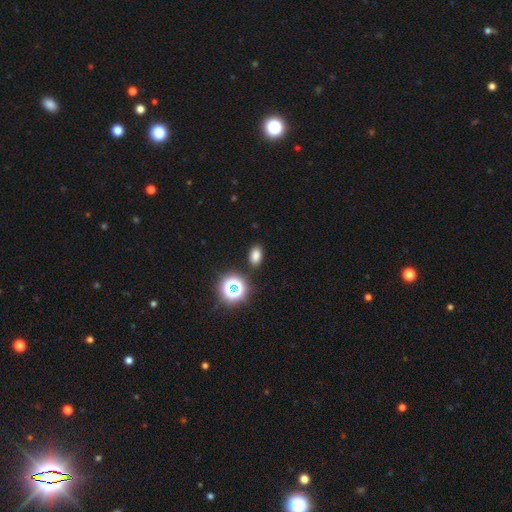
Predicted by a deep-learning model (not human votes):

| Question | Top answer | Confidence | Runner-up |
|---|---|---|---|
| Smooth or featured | smooth | 77% | star or artifact (19%) |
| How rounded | in between | 83% | round (16%) |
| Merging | none | 86% | minor disturbance (9%) |